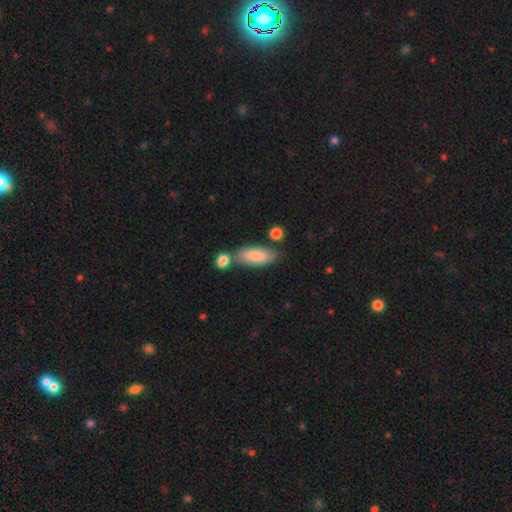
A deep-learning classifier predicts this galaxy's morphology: smooth 81%, featured or disk 13%, star or artifact 6%. Down the decision tree: how rounded — in between (77%); merging — none (60%).